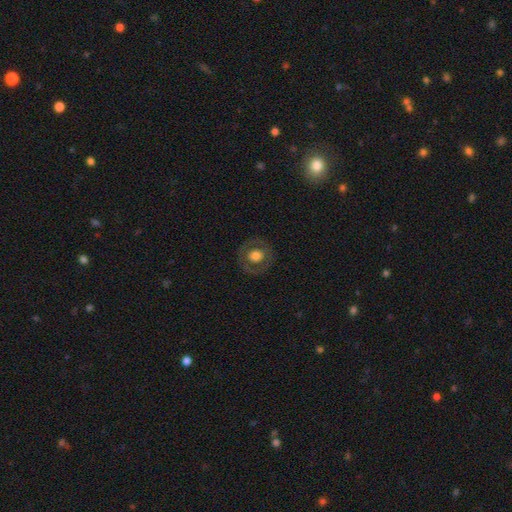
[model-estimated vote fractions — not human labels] The model was most divided on "smooth or featured": smooth: 53%, featured or disk: 39%, star or artifact: 7%. More confident: how rounded — round (87%); merging — none (84%).